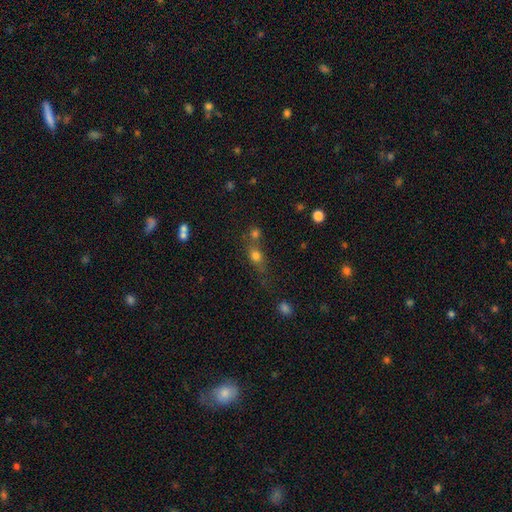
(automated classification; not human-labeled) Overall: smooth (72%). How rounded: round (52%; in between 40%). Merging: none (45%; merger 32%).